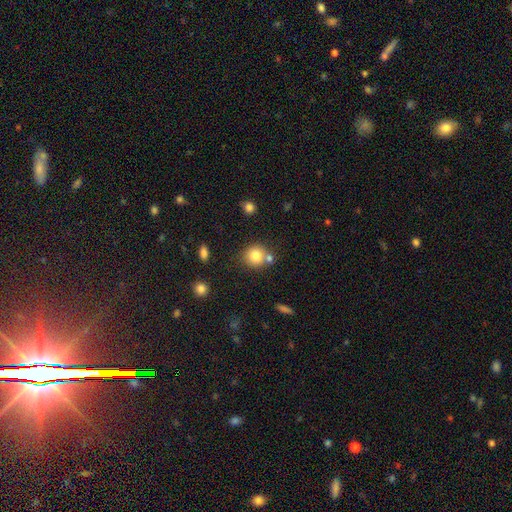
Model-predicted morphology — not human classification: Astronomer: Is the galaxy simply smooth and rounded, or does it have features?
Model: smooth — 81%.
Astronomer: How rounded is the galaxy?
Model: round — 87%.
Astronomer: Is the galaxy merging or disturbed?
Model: none — 64%.